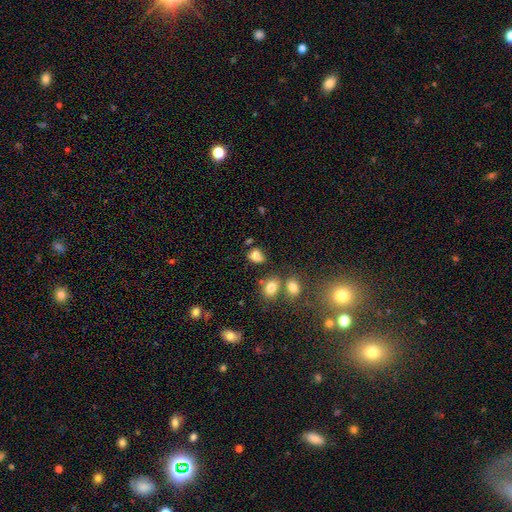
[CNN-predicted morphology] smooth 78%, star or artifact 13%, featured or disk 9%. Down the decision tree: how rounded — in between (70%); merging — none (51%).